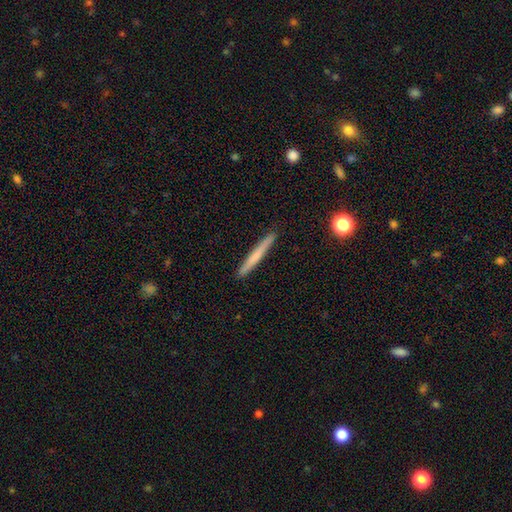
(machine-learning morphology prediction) smooth-or-featured: smooth: 60% | featured or disk: 33% | star or artifact: 6%
  how-rounded: cigar-shaped: 97% | in between: 2% | round: 1%
  merging: none: 91% | minor disturbance: 7% | major disturbance: 1% | merger: 1%